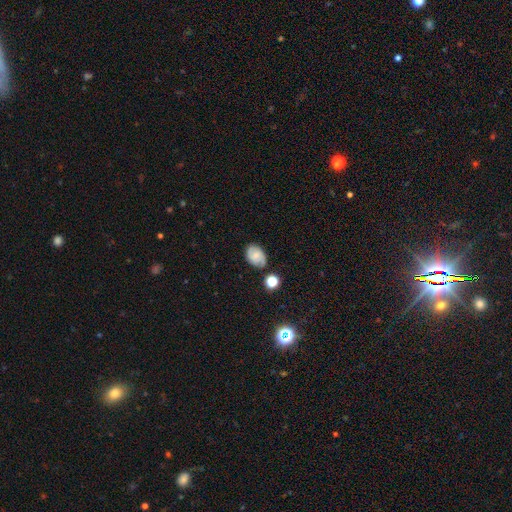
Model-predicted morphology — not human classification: Smooth or featured: featured or disk — 45% (smooth — 44%)
Merging: none — 72% (minor disturbance — 18%)